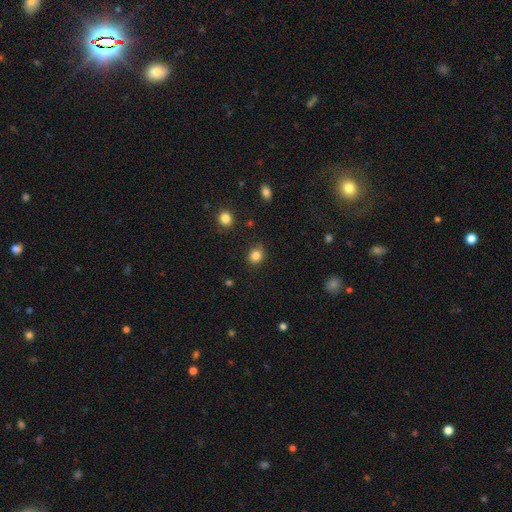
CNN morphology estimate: Smooth or featured? Predicted: smooth (p=0.84). How rounded? Predicted: round (p=0.68). Merging? Predicted: none (p=0.82).